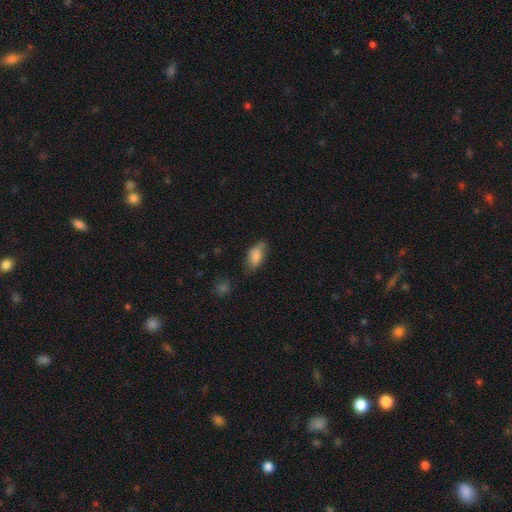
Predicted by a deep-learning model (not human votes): smooth_or_featured: smooth (p=0.82) [alt: featured or disk p=0.11]
how_rounded: in between (p=0.91) [alt: cigar-shaped p=0.06]
merging: none (p=0.61) [alt: minor disturbance p=0.29]